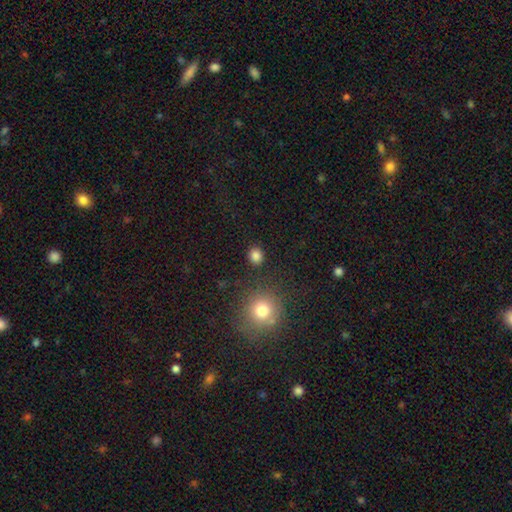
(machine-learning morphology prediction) type=smooth (84%); roundness=round (81%); merging=none (88%).